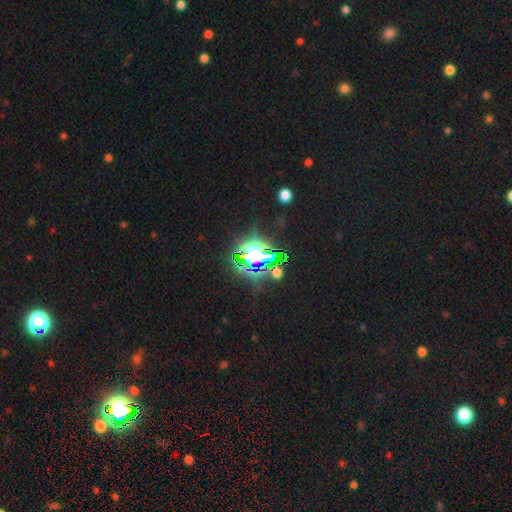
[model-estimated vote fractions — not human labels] This is likely a star or artifact rather than a galaxy (72%).